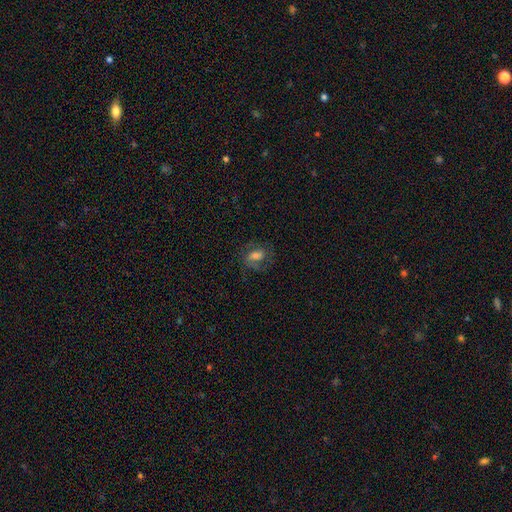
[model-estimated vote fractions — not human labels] The model was most divided on "smooth or featured": featured or disk: 50%, smooth: 38%, star or artifact: 12%. More confident: merging — none (67%).